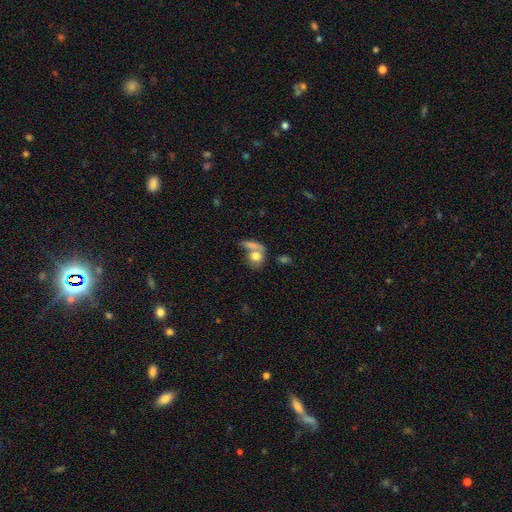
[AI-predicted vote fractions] smooth-or-featured: smooth: 76% | featured or disk: 16% | star or artifact: 8%
  how-rounded: round: 59% | in between: 36% | cigar-shaped: 5%
  merging: merger: 42% | none: 38% | minor disturbance: 11% | major disturbance: 8%